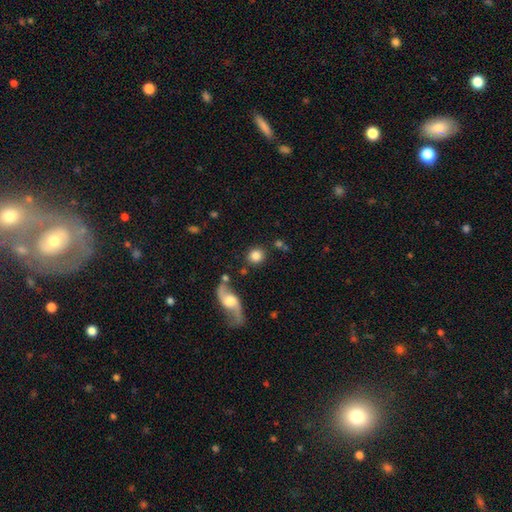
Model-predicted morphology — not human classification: smooth 81%, featured or disk 11%, star or artifact 8%. Down the decision tree: how rounded — round (89%); merging — none (82%).